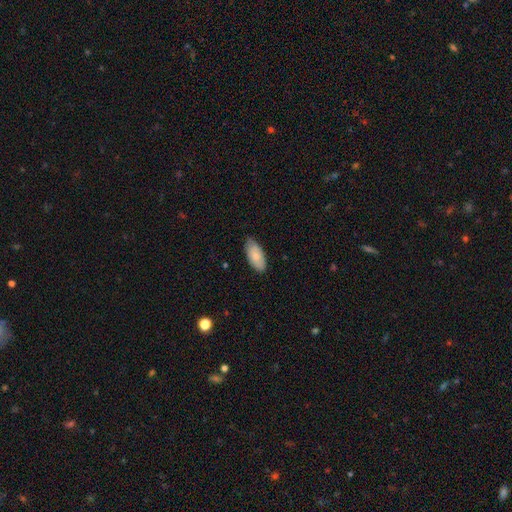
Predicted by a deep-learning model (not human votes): Smooth or featured?
  - smooth: 83% *
  - featured or disk: 12%
  - star or artifact: 6%
How rounded?
  - in between: 91% *
  - cigar-shaped: 7%
  - round: 2%
Merging?
  - none: 81% *
  - minor disturbance: 16%
  - major disturbance: 2%
  - merger: 1%